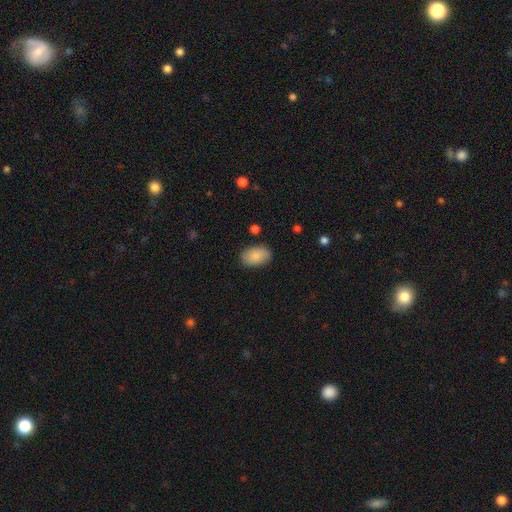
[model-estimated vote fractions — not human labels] This appears to be a smooth galaxy with no disk features (85%) that is in between round and cigar-shaped (90%). Merging: none (83%).